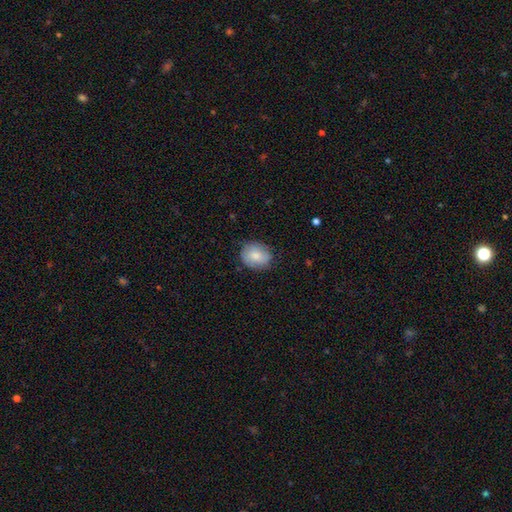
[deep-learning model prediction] A smooth galaxy with no disk features (78%) that is round (60%).

Vote fractions:
- Smooth or featured? smooth: 78% / featured or disk: 16% / star or artifact: 7%
- How rounded? round: 60% / in between: 39% / cigar-shaped: 1%
- Merging? none: 77% / minor disturbance: 18% / major disturbance: 4% / merger: 1%